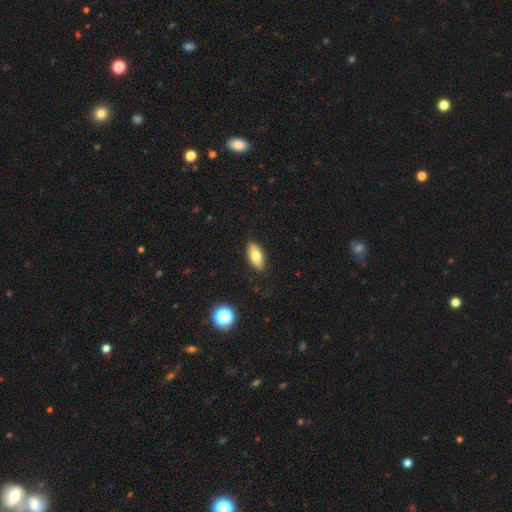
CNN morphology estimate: This appears to be a smooth galaxy with no disk features (77%) that is in between round and cigar-shaped (86%). Merging: none (87%).